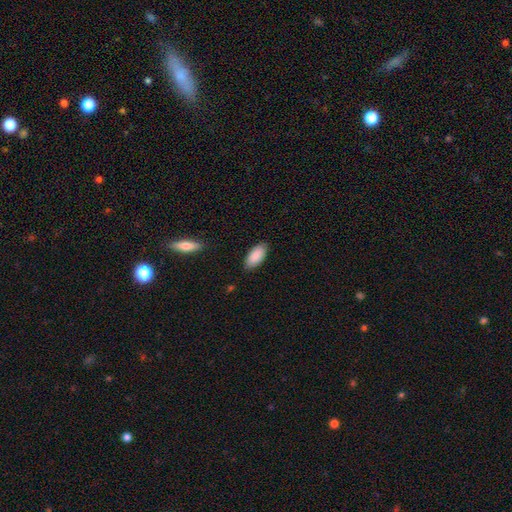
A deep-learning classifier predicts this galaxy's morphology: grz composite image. It shows a smooth galaxy with no disk features (89%) that is in between round and cigar-shaped (91%). Merging: none (86%).